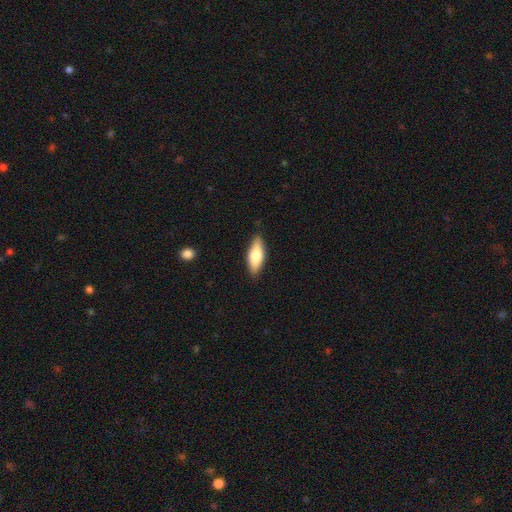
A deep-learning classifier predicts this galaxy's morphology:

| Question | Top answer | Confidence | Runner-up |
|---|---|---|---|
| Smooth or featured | smooth | 68% | featured or disk (26%) |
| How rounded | in between | 68% | cigar-shaped (30%) |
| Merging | none | 85% | minor disturbance (12%) |